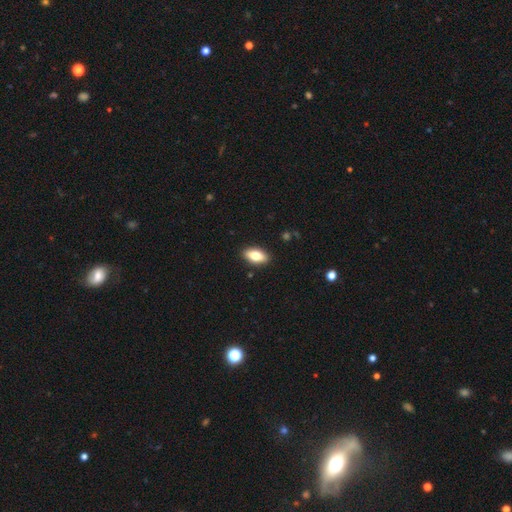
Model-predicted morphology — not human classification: Overall: smooth (76%). How rounded: in between (88%). Merging: none (89%).